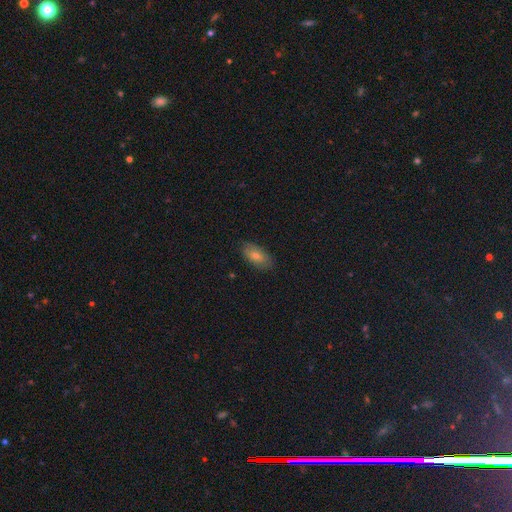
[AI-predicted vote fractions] smooth-or-featured: smooth: 65% | featured or disk: 26% | star or artifact: 10%
  how-rounded: in between: 90% | cigar-shaped: 6% | round: 4%
  merging: none: 84% | minor disturbance: 13% | major disturbance: 2% | merger: 1%